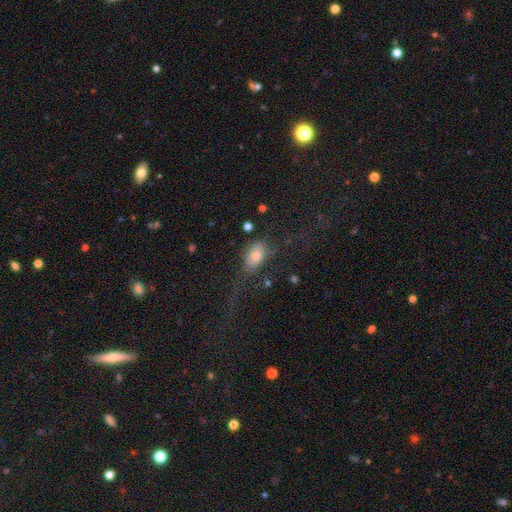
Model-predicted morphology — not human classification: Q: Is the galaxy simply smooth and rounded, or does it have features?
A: smooth — 71%.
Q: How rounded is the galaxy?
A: in between — 85%.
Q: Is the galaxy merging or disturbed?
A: none — 39%.